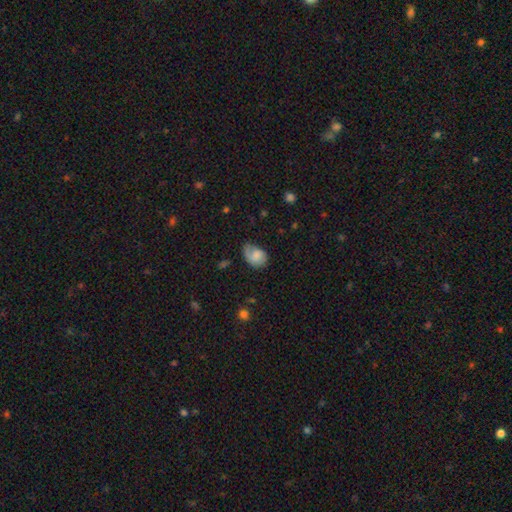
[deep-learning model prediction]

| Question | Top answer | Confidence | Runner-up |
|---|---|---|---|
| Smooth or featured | smooth | 66% | featured or disk (26%) |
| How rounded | in between | 72% | round (27%) |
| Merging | none | 46% | minor disturbance (35%) |